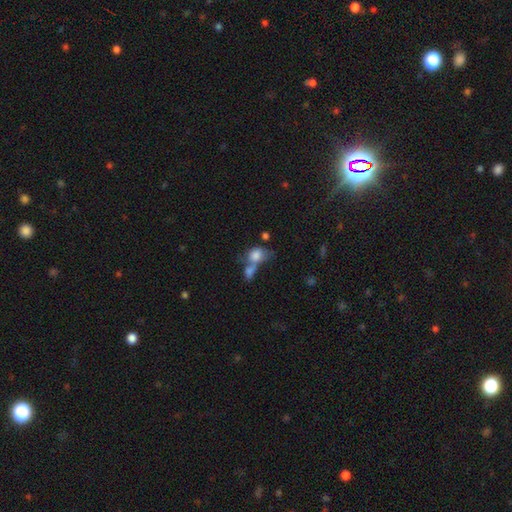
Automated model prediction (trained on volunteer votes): A smooth galaxy with no disk features (76%) that is in between round and cigar-shaped (61%). Merging: merger (65%).